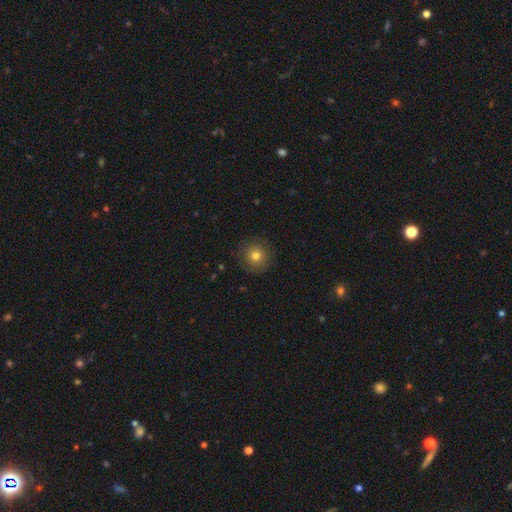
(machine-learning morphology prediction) Smooth or featured? Predicted: smooth (p=0.76). How rounded? Predicted: round (p=0.95). Merging? Predicted: none (p=0.88).